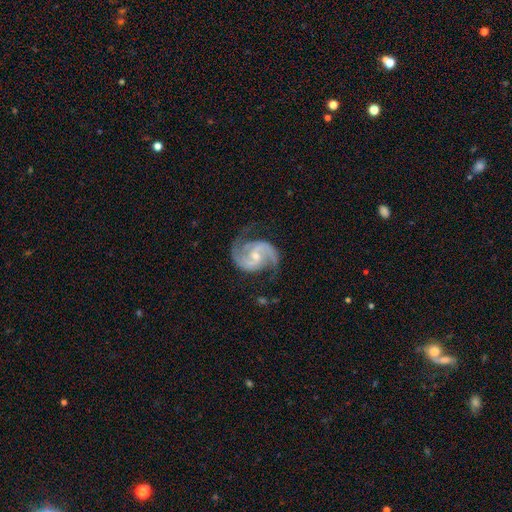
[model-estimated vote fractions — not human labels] This appears to be a featured or disk galaxy (93%) with a weak bar (47%), 2 (93%) medium (62%) spiral arms (98%) and a small central bulge (54%). Merging: none (75%).